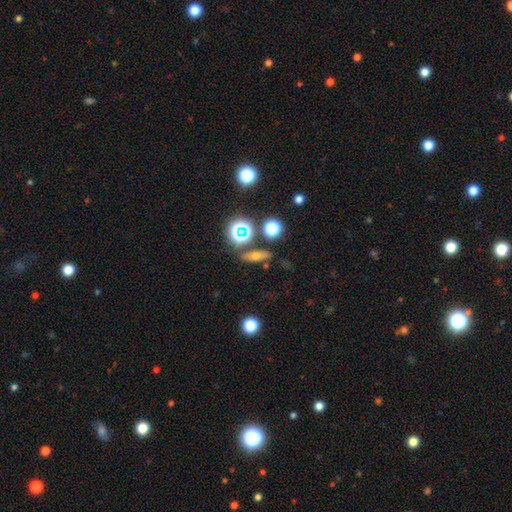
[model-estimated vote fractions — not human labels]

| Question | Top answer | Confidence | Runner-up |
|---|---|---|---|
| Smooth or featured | smooth | 43% | featured or disk (31%) |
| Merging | none | 79% | minor disturbance (10%) |